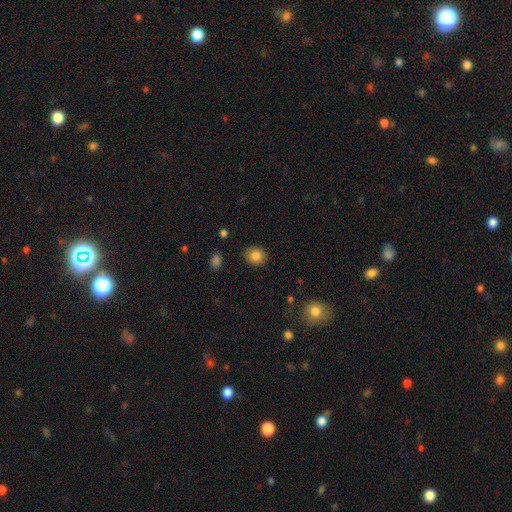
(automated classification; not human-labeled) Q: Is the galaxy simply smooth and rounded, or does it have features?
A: smooth — 85%.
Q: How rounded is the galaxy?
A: round — 59%.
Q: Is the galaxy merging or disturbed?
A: none — 87%.